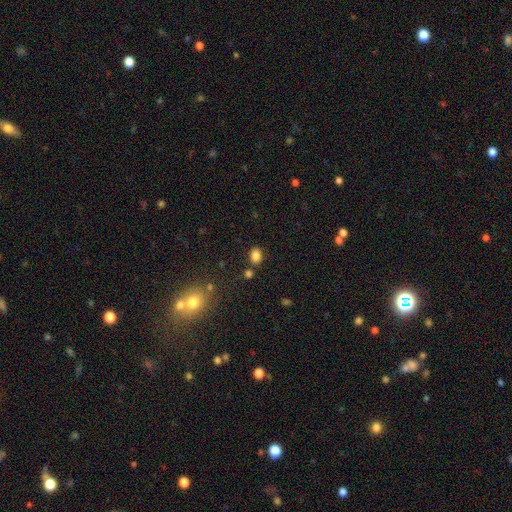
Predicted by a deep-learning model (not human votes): Smooth or featured: smooth — 83% (star or artifact — 12%)
How rounded: in between — 68% (round — 31%)
Merging: none — 77% (minor disturbance — 11%)